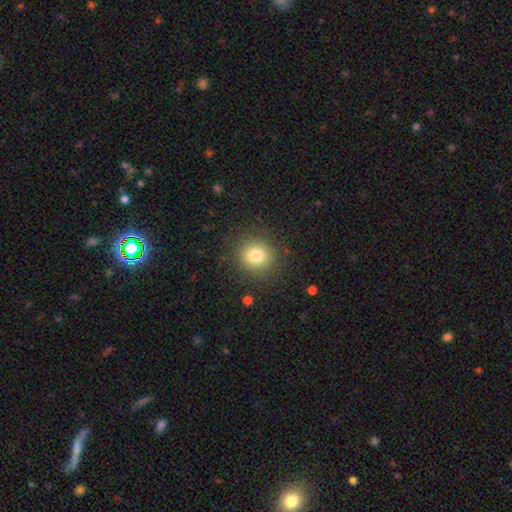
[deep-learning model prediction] This is clearly a smooth galaxy (80%). How rounded: clearly round (88%). Merging: clearly none (88%).